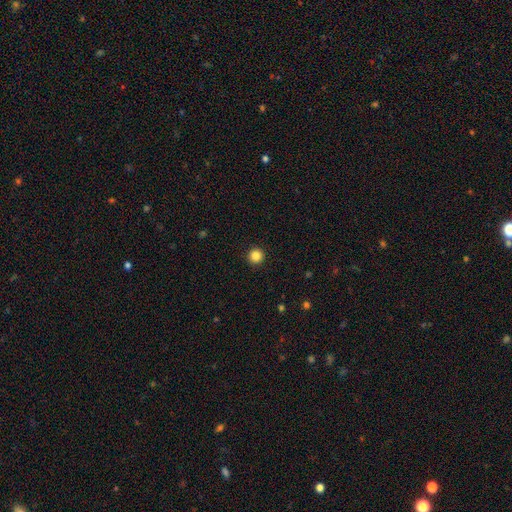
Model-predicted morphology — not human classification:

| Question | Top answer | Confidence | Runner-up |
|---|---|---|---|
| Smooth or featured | smooth | 86% | star or artifact (11%) |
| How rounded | round | 96% | in between (3%) |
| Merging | none | 93% | minor disturbance (4%) |